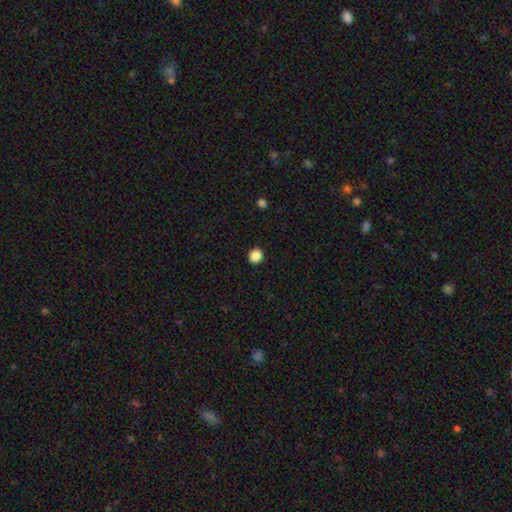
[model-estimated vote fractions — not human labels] Smooth or featured? smooth (88%)
How rounded? round (86%)
Merging? none (92%)